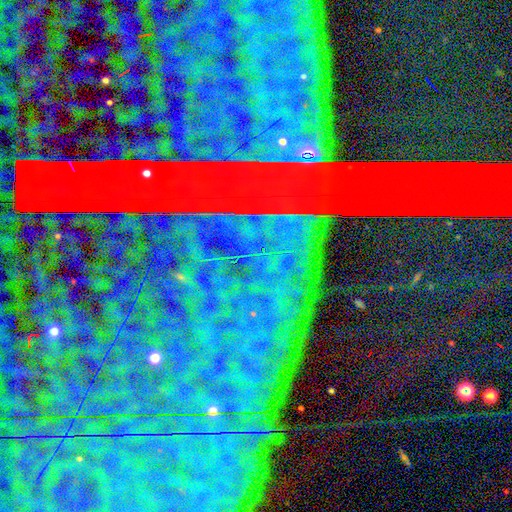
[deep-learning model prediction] This is clearly a star or artifact rather than a galaxy (87%).